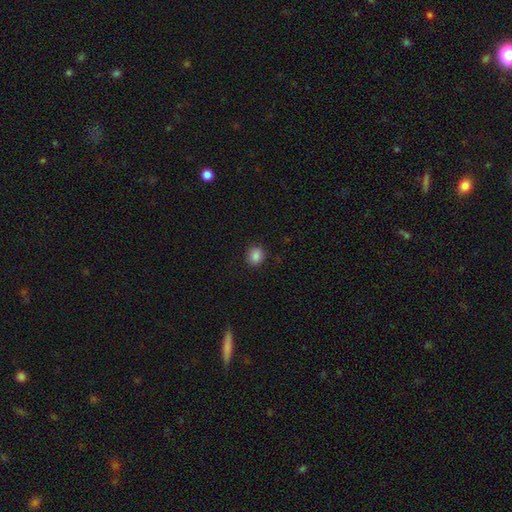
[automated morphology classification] This is clearly a smooth galaxy (87%). How rounded: likely round (73%). Merging: clearly none (88%).